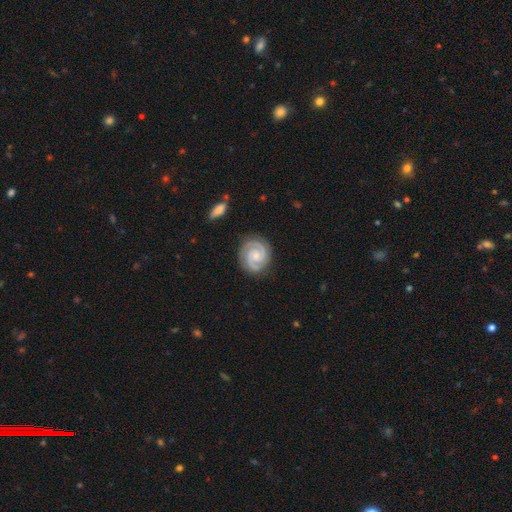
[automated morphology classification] This is clearly a featured or disk galaxy (91%). It is clearly not viewed edge-on (98%). Bar: likely no (60%). Spiral arm pattern: clearly yes (99%). Spiral arm count: clearly 2 (90%). Spiral winding: likely tight (71%). Central bulge: possibly small (59%). Merging: clearly none (85%).